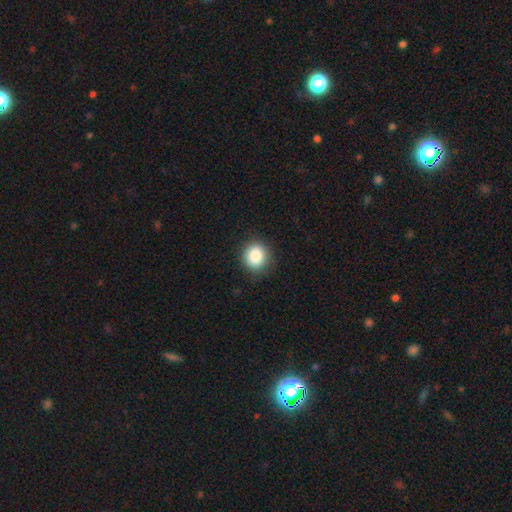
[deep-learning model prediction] The model was most divided on "how rounded": round: 84%, in between: 15%, cigar-shaped: 1%. More confident: merging — none (89%); smooth or featured — smooth (86%).